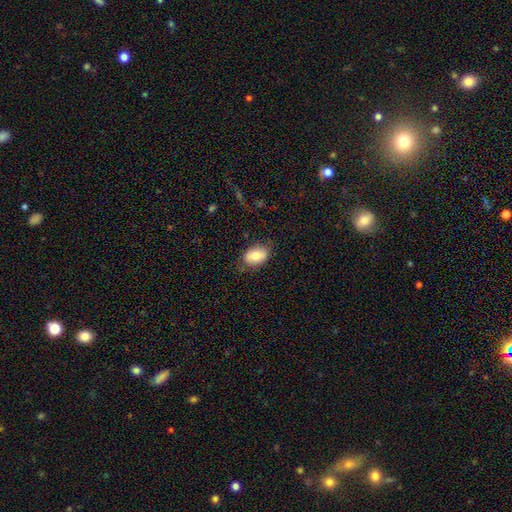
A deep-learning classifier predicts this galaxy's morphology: Overall: smooth (79%). How rounded: in between (88%). Merging: none (76%).